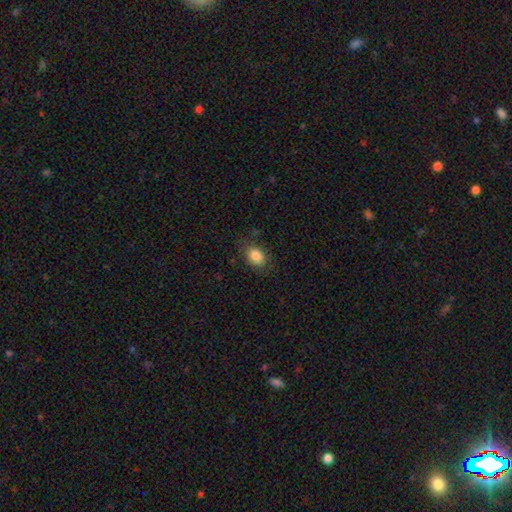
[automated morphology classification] Smooth or featured? Predicted: smooth (p=0.84). How rounded? Predicted: in between (p=0.73). Merging? Predicted: none (p=0.77).